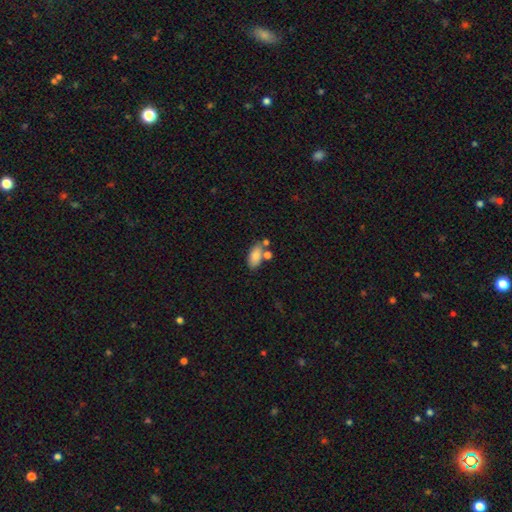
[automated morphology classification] type=smooth (82%); roundness=in between (91%); merging=none (56%).